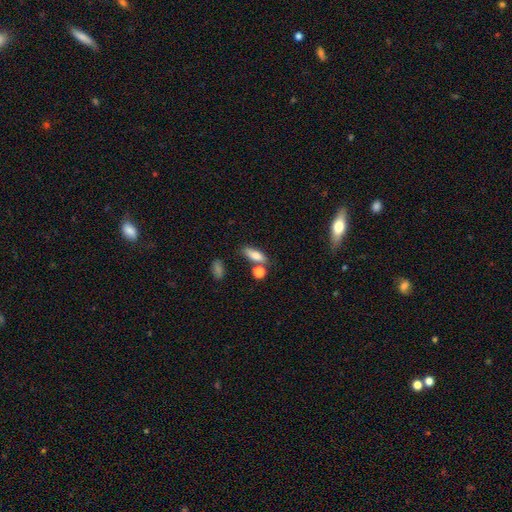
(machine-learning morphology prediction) smooth-or-featured: smooth: 78% | featured or disk: 12% | star or artifact: 9%
  how-rounded: in between: 65% | cigar-shaped: 29% | round: 6%
  merging: none: 60% | merger: 17% | minor disturbance: 17% | major disturbance: 6%